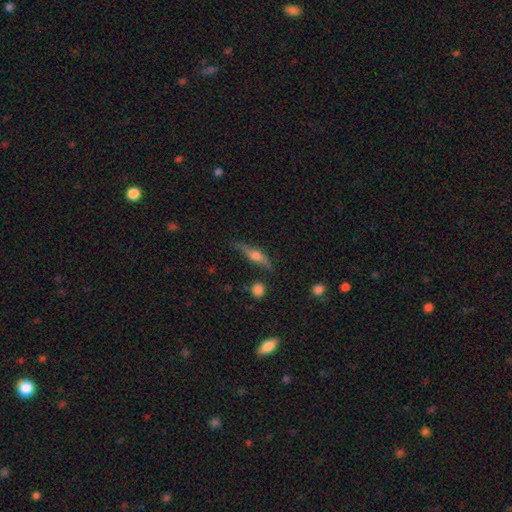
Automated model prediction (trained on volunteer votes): A featured or disk galaxy (66%) viewed edge-on (90%) with a rounded central bulge (90%). Merging: none (76%).